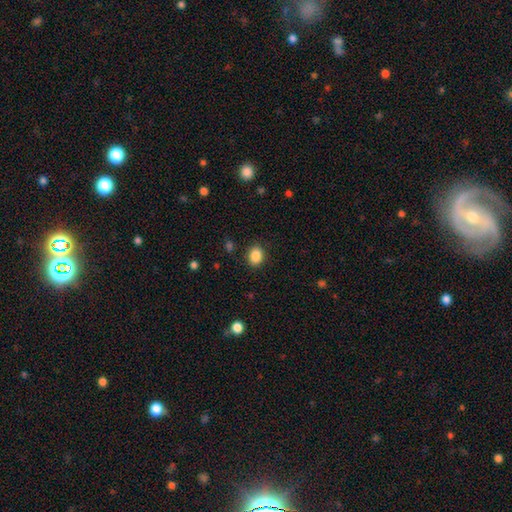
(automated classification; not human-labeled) Smooth or featured: smooth — 87% (star or artifact — 9%)
How rounded: in between — 56% (round — 43%)
Merging: none — 87% (minor disturbance — 9%)